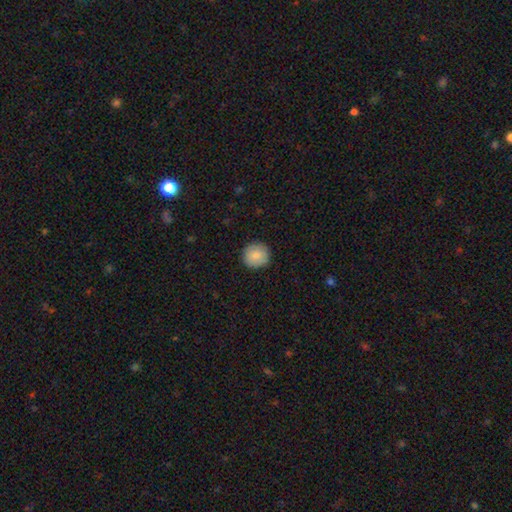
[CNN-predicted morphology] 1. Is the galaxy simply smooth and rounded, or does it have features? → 86% smooth, 7% featured or disk, 7% star or artifact.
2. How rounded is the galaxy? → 92% round, 7% in between, 1% cigar-shaped.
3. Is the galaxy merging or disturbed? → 89% none, 8% minor disturbance, 2% major disturbance, 1% merger.